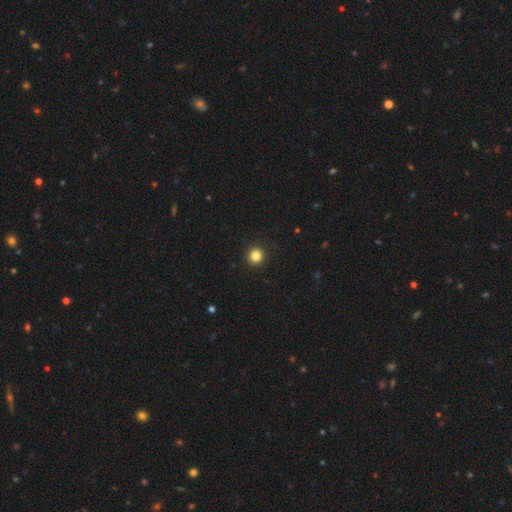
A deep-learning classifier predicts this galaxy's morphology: Smooth or featured? smooth (83%)
How rounded? round (96%)
Merging? none (94%)